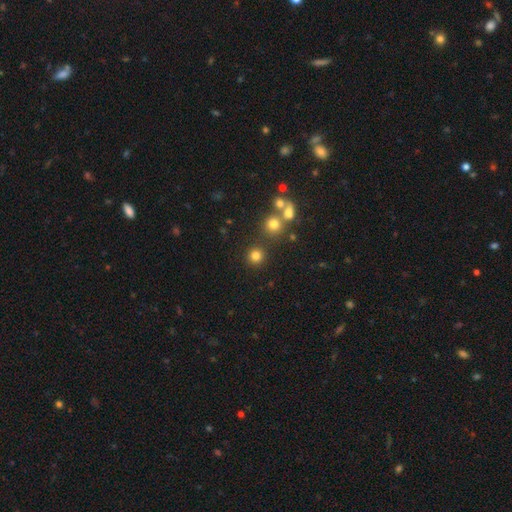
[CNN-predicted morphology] type=smooth (78%); roundness=round (94%); merging=none (84%).